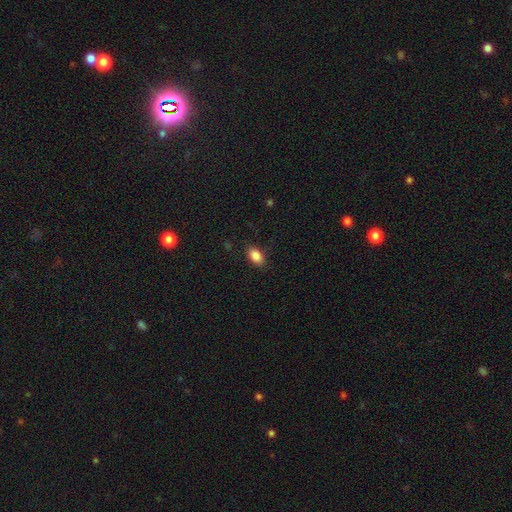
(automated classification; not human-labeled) Overall: smooth (88%). How rounded: in between (91%). Merging: none (86%).